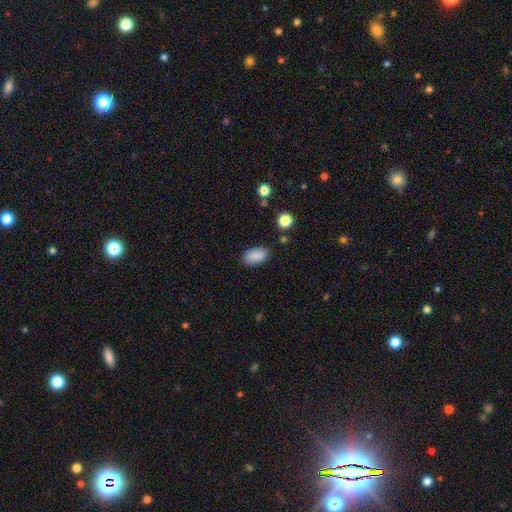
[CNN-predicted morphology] type=smooth (88%); roundness=in between (93%); merging=none (83%).